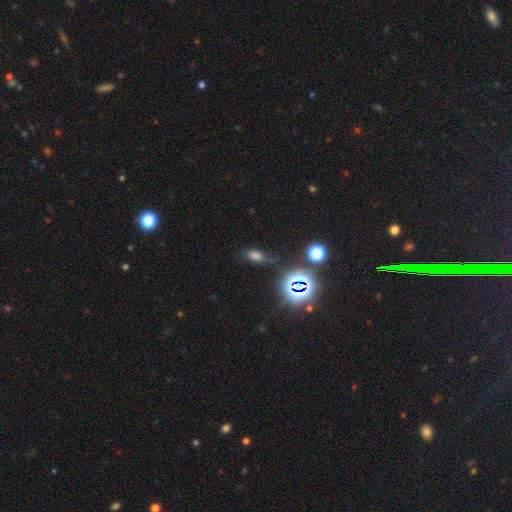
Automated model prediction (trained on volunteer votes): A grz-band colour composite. It shows a smooth galaxy with no disk features (55%) that is in between round and cigar-shaped (73%). Merging: none (64%).